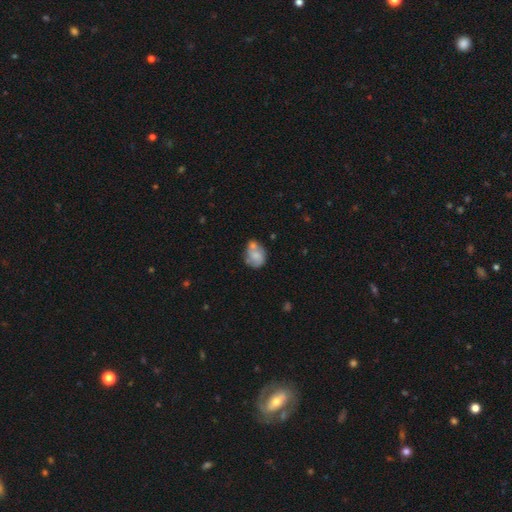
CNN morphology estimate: Smooth or featured: smooth — 62% (featured or disk — 30%)
How rounded: in between — 56% (round — 43%)
Merging: merger — 35% (none — 34%)